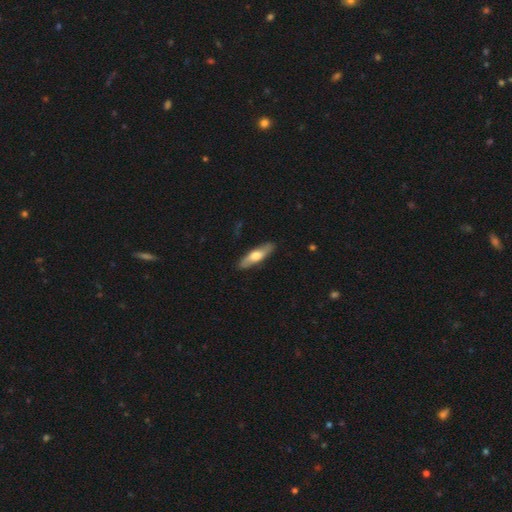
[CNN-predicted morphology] type=smooth (54%); roundness=cigar-shaped (66%); merging=none (88%).